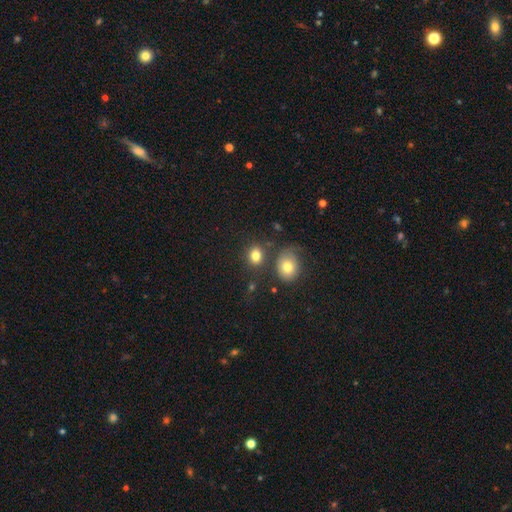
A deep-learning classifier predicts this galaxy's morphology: Smooth or featured? Predicted: smooth (p=0.80). How rounded? Predicted: round (p=0.59). Merging? Predicted: none (p=0.74).